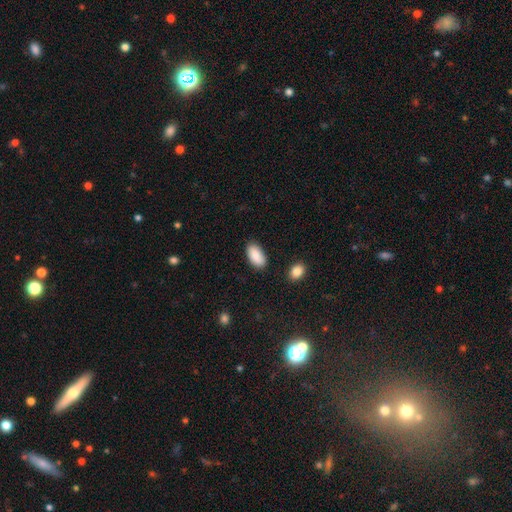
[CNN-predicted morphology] This is clearly a smooth galaxy (89%). How rounded: clearly in between (94%). Merging: clearly none (83%).